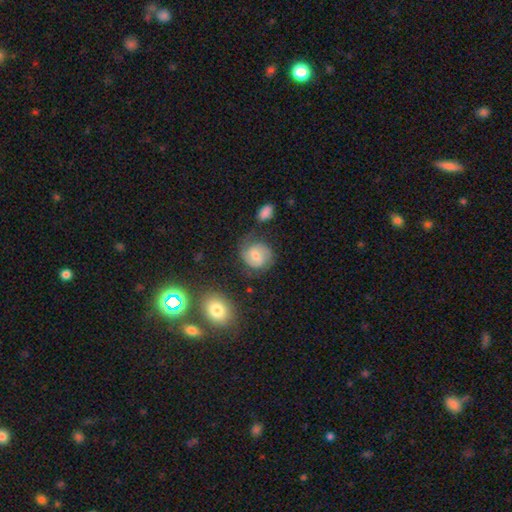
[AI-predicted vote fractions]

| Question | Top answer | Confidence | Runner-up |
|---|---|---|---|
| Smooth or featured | featured or disk | 50% | smooth (41%) |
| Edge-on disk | no | 97% | yes (3%) |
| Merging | none | 65% | minor disturbance (22%) |